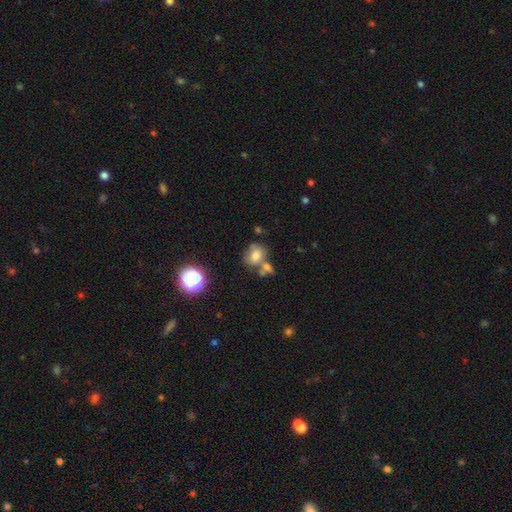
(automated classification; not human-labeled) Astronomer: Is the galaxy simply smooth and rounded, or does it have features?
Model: smooth — 71%.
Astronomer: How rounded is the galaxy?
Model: in between — 50% (runner-up: round, 48%).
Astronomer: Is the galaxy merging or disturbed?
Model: none — 46% (runner-up: merger, 31%).